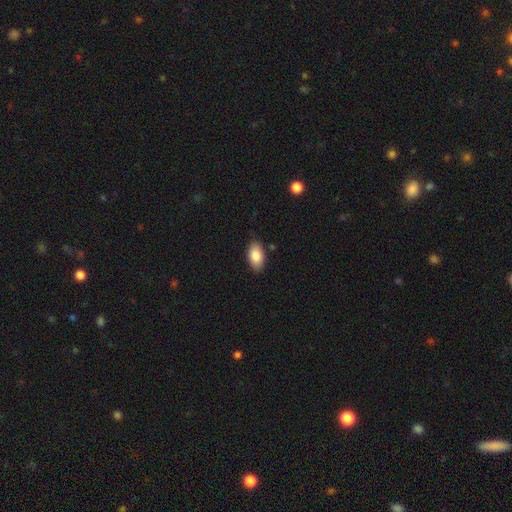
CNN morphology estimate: The model was most divided on "merging": none: 85%, minor disturbance: 12%, major disturbance: 2%, merger: 1%. More confident: how rounded — in between (93%); smooth or featured — smooth (85%).